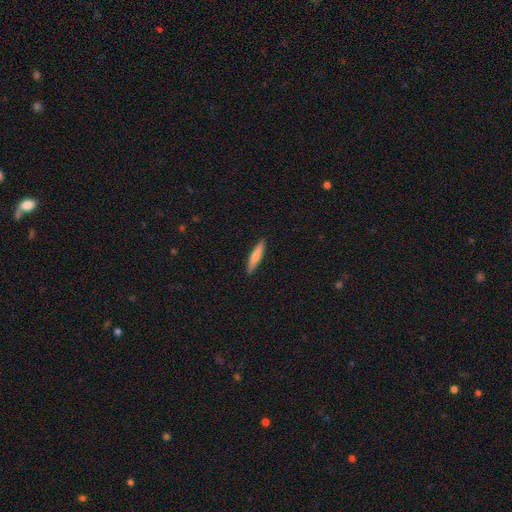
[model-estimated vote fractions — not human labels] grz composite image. It shows a smooth galaxy with no disk features (69%) that is cigar-shaped (89%). Merging: none (91%).